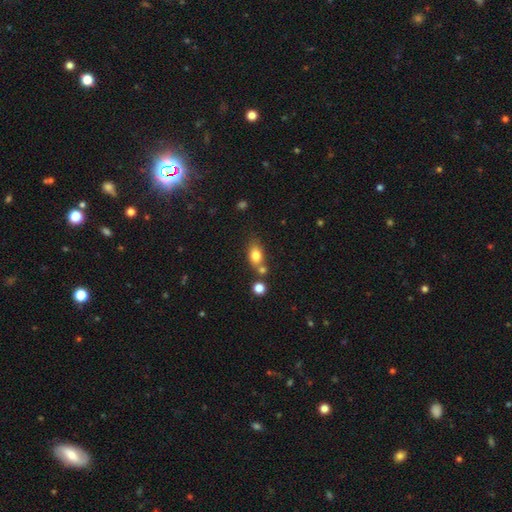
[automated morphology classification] Smooth or featured: smooth — 79% (featured or disk — 11%)
How rounded: in between — 75% (round — 21%)
Merging: none — 55% (merger — 25%)